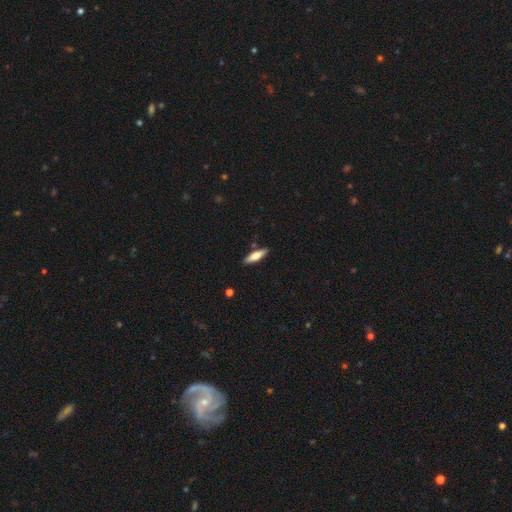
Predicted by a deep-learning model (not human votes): The model was most divided on "how rounded": cigar-shaped: 61%, in between: 37%, round: 2%. More confident: merging — none (87%); smooth or featured — smooth (65%).